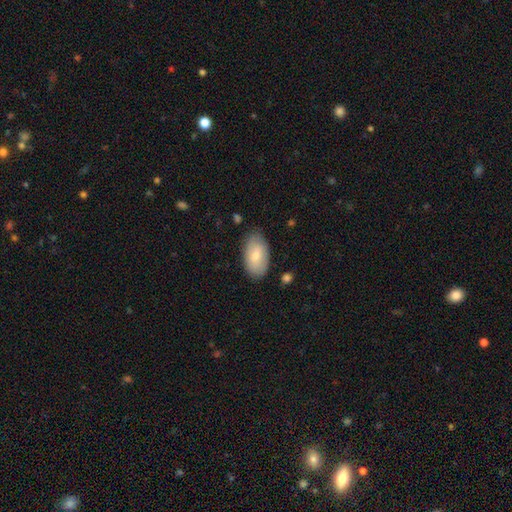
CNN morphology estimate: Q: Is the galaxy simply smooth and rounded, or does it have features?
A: smooth — 76%.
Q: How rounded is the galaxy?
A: in between — 95%.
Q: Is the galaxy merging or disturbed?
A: none — 82%.